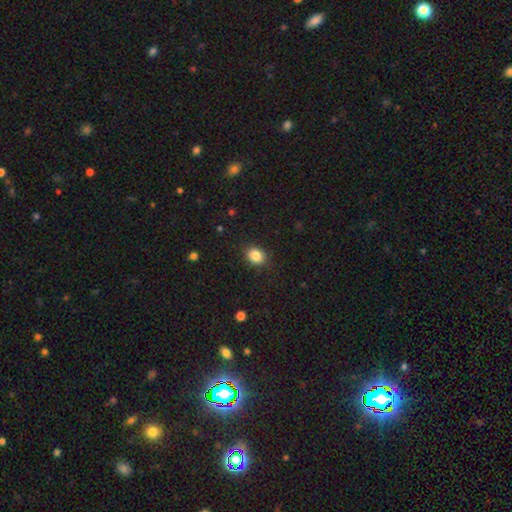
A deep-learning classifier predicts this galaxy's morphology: Smooth or featured: smooth — 86% (star or artifact — 10%)
How rounded: in between — 52% (round — 47%)
Merging: none — 87% (minor disturbance — 9%)